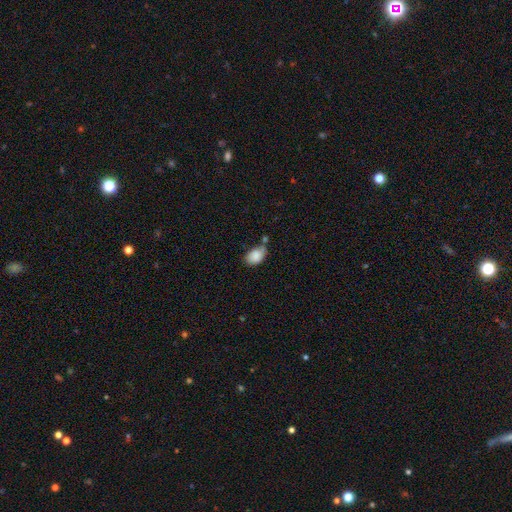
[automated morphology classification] Smooth or featured?
  - smooth: 85% *
  - star or artifact: 7%
  - featured or disk: 7%
How rounded?
  - in between: 84% *
  - round: 14%
  - cigar-shaped: 1%
Merging?
  - none: 44% *
  - minor disturbance: 28%
  - merger: 19%
  - major disturbance: 9%